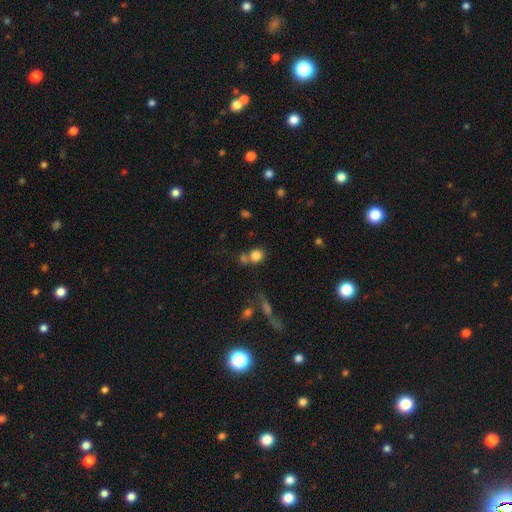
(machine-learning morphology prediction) Q: Smooth or featured?
A: smooth (81%); runner-up: star or artifact (12%)
Q: How rounded?
A: round (78%); runner-up: in between (21%)
Q: Merging?
A: none (51%); runner-up: merger (33%)